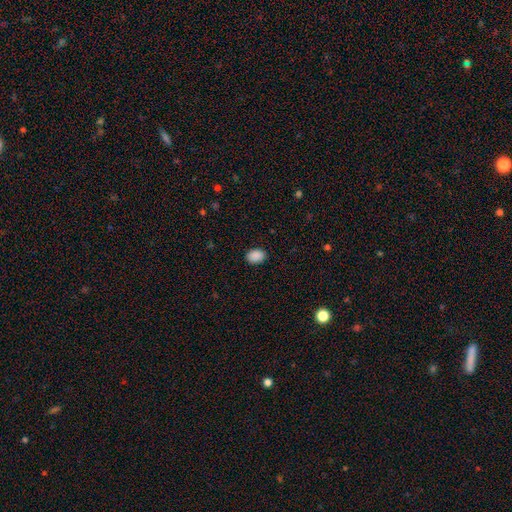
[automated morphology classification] A smooth galaxy with no disk features (90%) that is in between round and cigar-shaped (73%).

Vote fractions:
- Smooth or featured? smooth: 90% / star or artifact: 8% / featured or disk: 3%
- How rounded? in between: 73% / round: 26% / cigar-shaped: 1%
- Merging? none: 88% / minor disturbance: 9% / major disturbance: 2% / merger: 1%